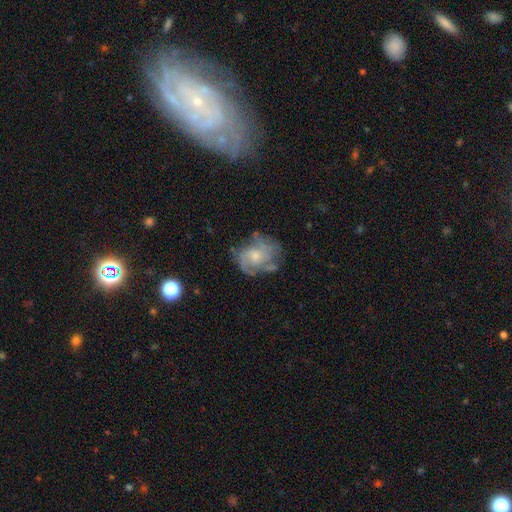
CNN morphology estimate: Smooth or featured?
  - featured or disk: 77% *
  - smooth: 16%
  - star or artifact: 8%
Edge-on disk?
  - no: 98% *
  - yes: 2%
Bar?
  - no: 73% *
  - weak: 24%
  - strong: 3%
Spiral arms?
  - yes: 89% *
  - no: 11%
Spiral winding?
  - medium: 44% *
  - tight: 38%
  - loose: 18%
Spiral arm count?
  - 2: 28% * (tied)
  - can't tell: 28% * (tied)
  - 3: 26%
  - 4: 8%
  - 1: 6%
  - more than 4: 5%
Bulge size?
  - small: 58% *
  - moderate: 35%
  - none: 5%
  - large: 2%
  - dominant: 1%
Merging?
  - none: 56% *
  - minor disturbance: 24%
  - major disturbance: 17%
  - merger: 3%